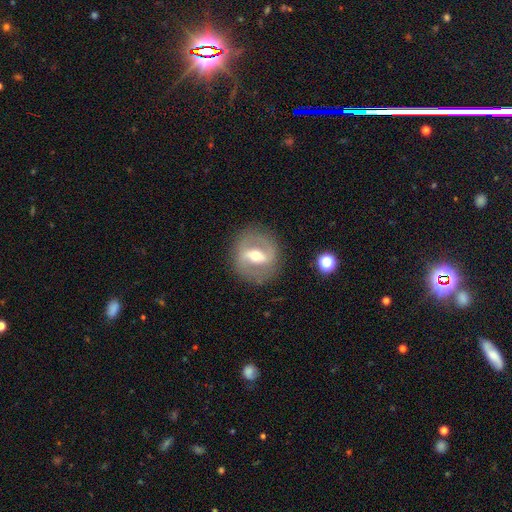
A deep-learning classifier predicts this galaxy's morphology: featured or disk 77%, smooth 17%, star or artifact 6%. Down the decision tree: edge-on disk — no (94%); bar — strong (54%); spiral arms — yes (70%); spiral arm count — 2 (86%); spiral winding — medium (47%); bulge size — moderate (68%); merging — none (85%).